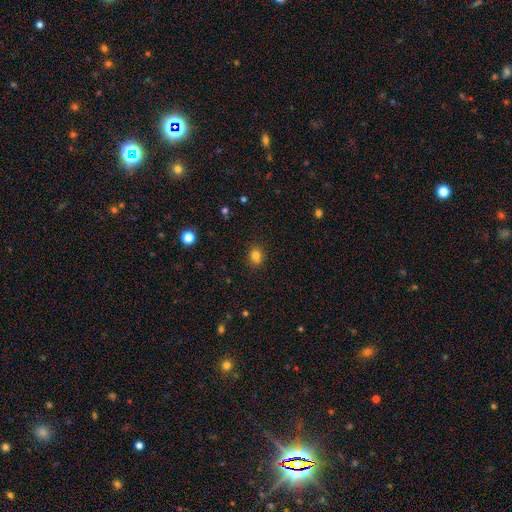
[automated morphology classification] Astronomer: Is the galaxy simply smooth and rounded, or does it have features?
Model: smooth — 80%.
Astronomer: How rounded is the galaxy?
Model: round — 58% (runner-up: in between, 41%).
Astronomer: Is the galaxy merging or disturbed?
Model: none — 80%.